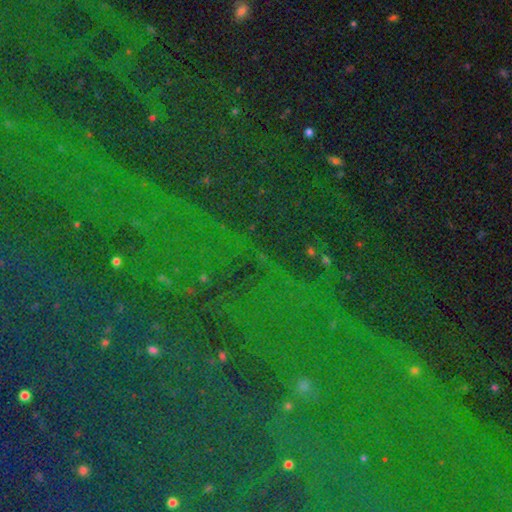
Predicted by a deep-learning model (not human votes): smooth_or_featured: star or artifact (p=0.84) [alt: smooth p=0.09]